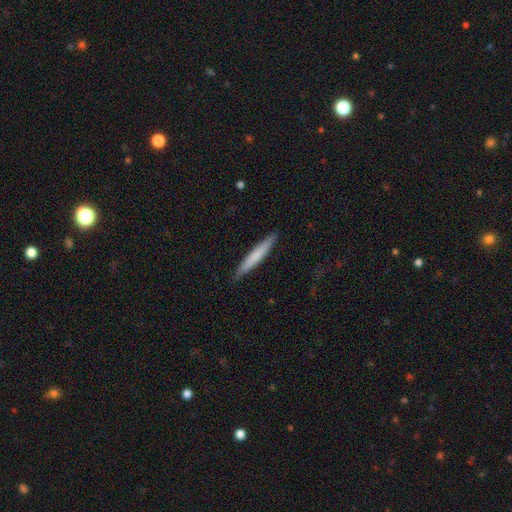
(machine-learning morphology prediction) Smooth or featured?
  - smooth: 68% *
  - featured or disk: 26%
  - star or artifact: 5%
How rounded?
  - cigar-shaped: 95% *
  - in between: 3%
  - round: 1%
Merging?
  - none: 89% *
  - minor disturbance: 8%
  - major disturbance: 2%
  - merger: 1%